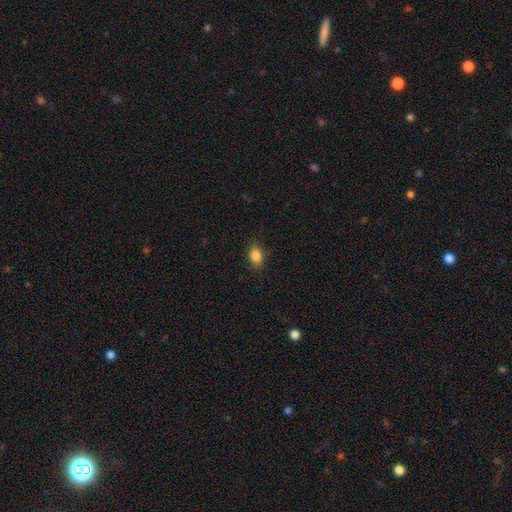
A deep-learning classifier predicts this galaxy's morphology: Overall: smooth (86%). How rounded: in between (73%). Merging: none (85%).